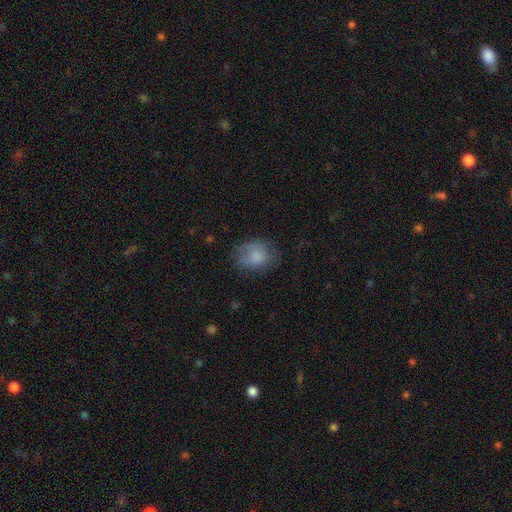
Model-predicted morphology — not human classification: A smooth galaxy with no disk features (80%) that is round (54%). Merging: none (61%).